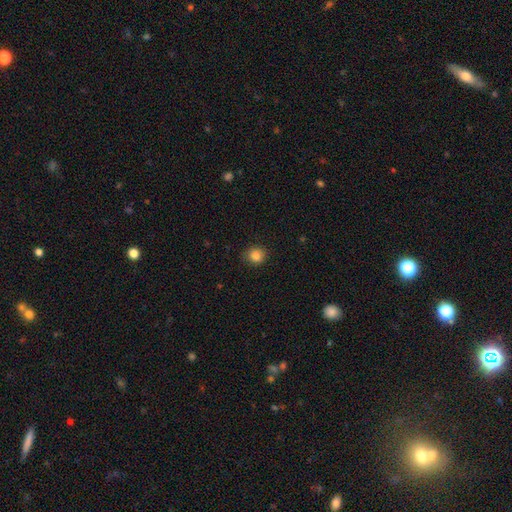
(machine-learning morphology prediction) Overall: smooth (85%). How rounded: round (83%). Merging: none (87%).